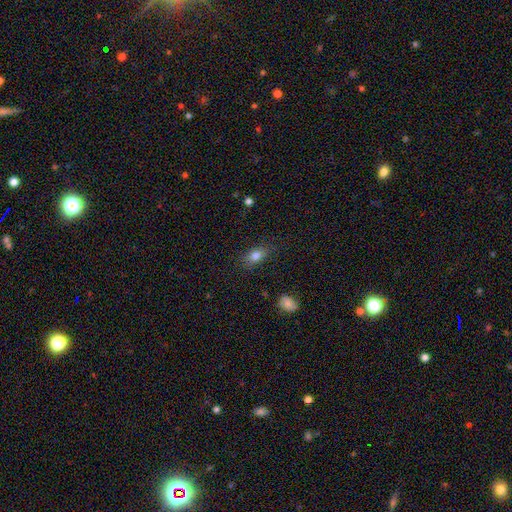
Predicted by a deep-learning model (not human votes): Q: Smooth or featured?
A: smooth (82%); runner-up: star or artifact (9%)
Q: How rounded?
A: in between (83%); runner-up: round (12%)
Q: Merging?
A: none (80%); runner-up: minor disturbance (14%)